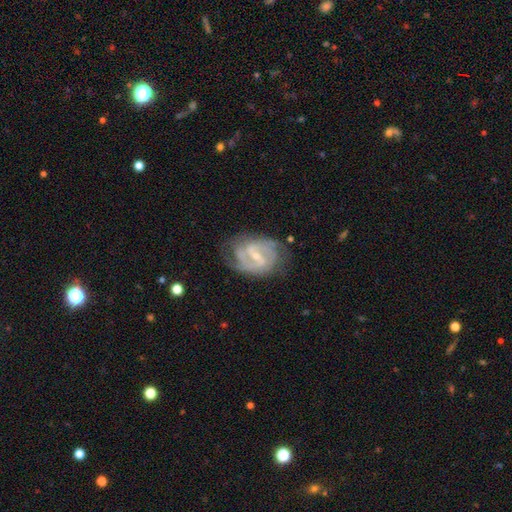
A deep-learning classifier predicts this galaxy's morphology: Smooth or featured? Predicted: featured or disk (p=0.87). Edge-on disk? Predicted: no (p=0.97). Bar? Predicted: weak (p=0.48). Spiral arms? Predicted: yes (p=0.95). Spiral winding? Predicted: medium (p=0.46). Spiral arm count? Predicted: 2 (p=0.64). Bulge size? Predicted: small (p=0.64). Merging? Predicted: none (p=0.67).